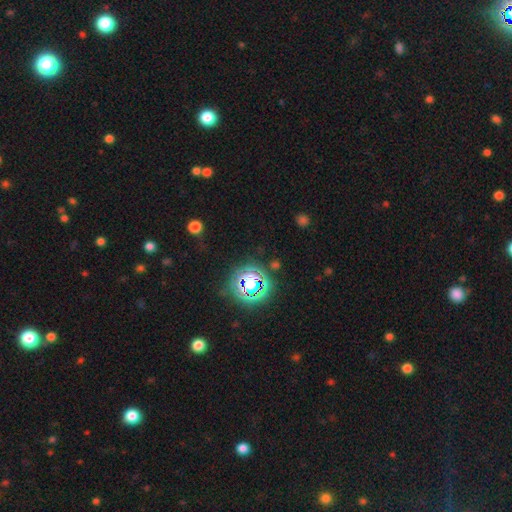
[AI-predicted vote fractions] smooth_or_featured: star or artifact (p=0.78) [alt: smooth p=0.14]